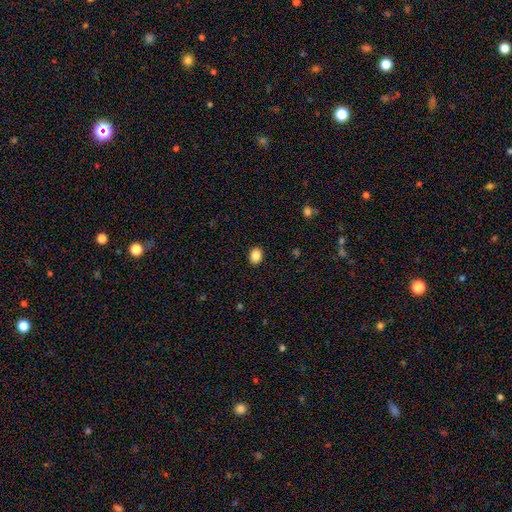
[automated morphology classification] The model was most divided on "how rounded": in between: 56%, round: 43%, cigar-shaped: 1%. More confident: merging — none (91%); smooth or featured — smooth (87%).